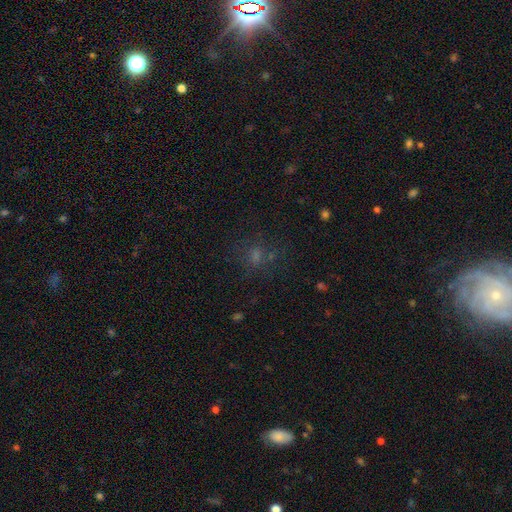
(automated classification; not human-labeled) A smooth galaxy with no disk features (56%) that is round (64%).

Vote fractions:
- Smooth or featured? smooth: 56% / star or artifact: 28% / featured or disk: 15%
- How rounded? round: 64% / in between: 34% / cigar-shaped: 2%
- Merging? none: 65% / minor disturbance: 16% / major disturbance: 13% / merger: 6%